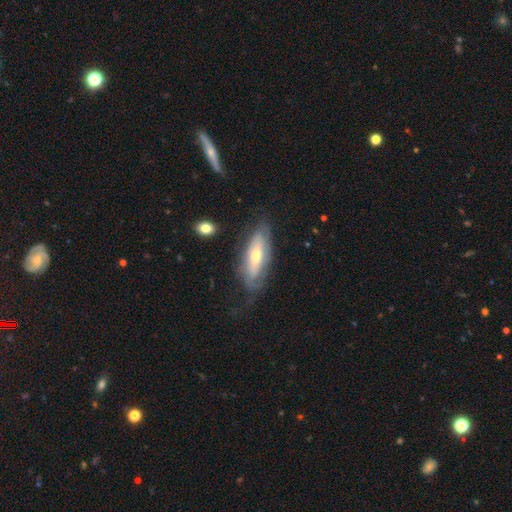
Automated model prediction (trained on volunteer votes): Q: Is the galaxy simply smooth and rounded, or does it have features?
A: featured or disk — 59%.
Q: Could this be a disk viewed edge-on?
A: no — 61%.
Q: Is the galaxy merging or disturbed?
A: none — 66%.